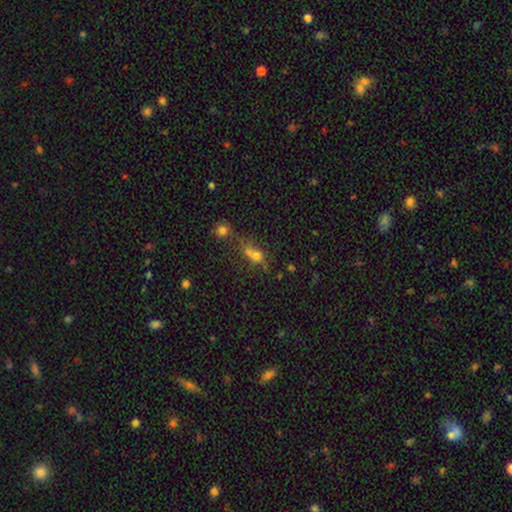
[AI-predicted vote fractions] A smooth galaxy with no disk features (64%) that is round (63%).

Vote fractions:
- Smooth or featured? smooth: 64% / star or artifact: 22% / featured or disk: 14%
- How rounded? round: 63% / in between: 34% / cigar-shaped: 4%
- Merging? merger: 46% / none: 34% / minor disturbance: 11% / major disturbance: 9%